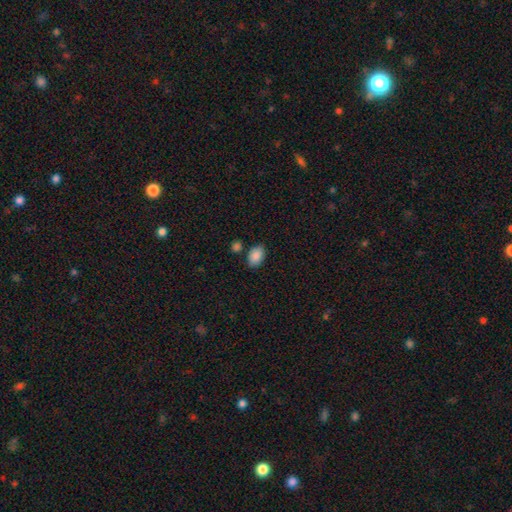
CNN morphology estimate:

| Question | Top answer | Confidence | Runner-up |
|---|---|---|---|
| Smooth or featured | smooth | 88% | star or artifact (7%) |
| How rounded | in between | 88% | round (11%) |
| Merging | none | 77% | minor disturbance (13%) |